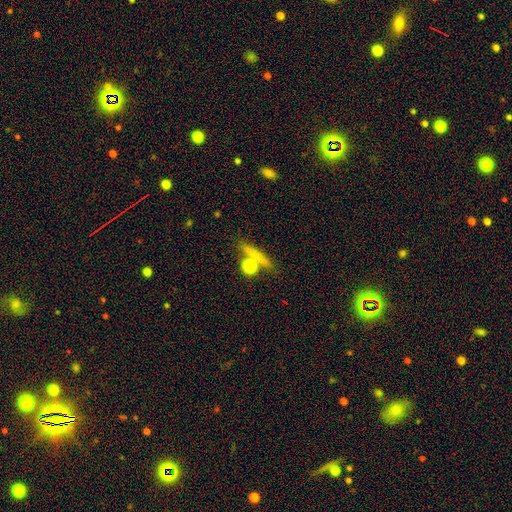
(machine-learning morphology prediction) Smooth or featured? Predicted: smooth (p=0.63). How rounded? Predicted: cigar-shaped (p=0.51). Merging? Predicted: none (p=0.64).